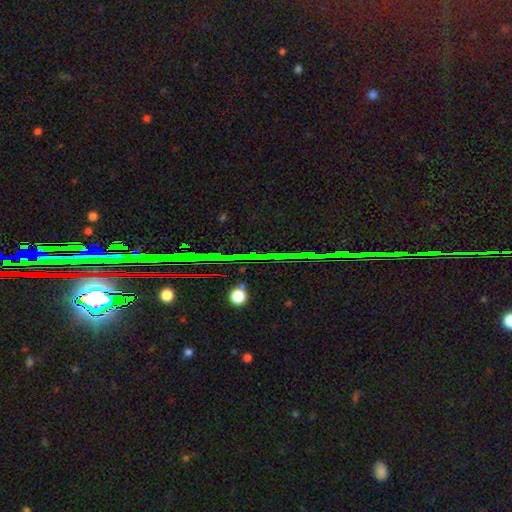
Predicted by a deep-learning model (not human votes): Overall: star or artifact (86%).